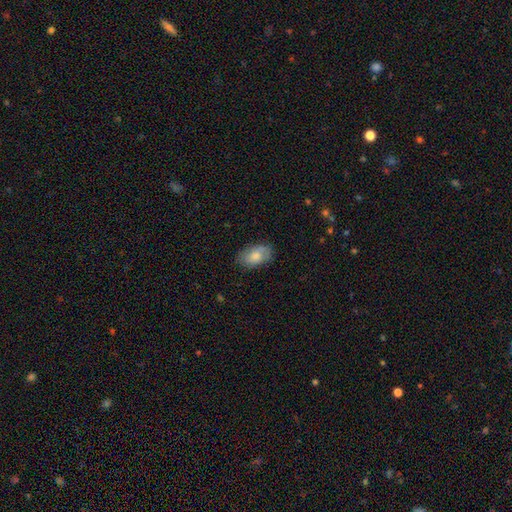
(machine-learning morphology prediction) type=smooth (75%); roundness=in between (92%); merging=none (76%).